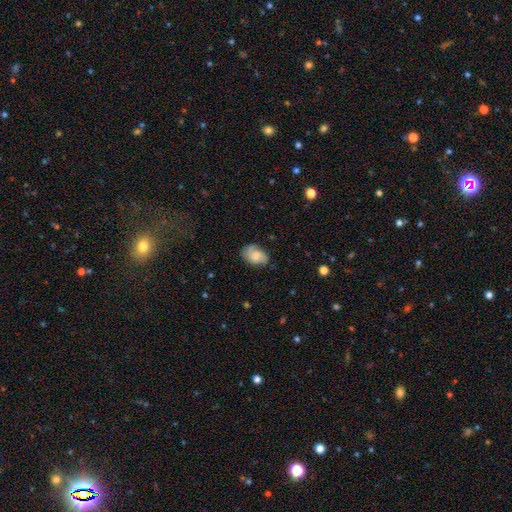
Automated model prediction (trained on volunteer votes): This is likely a smooth galaxy (60%). How rounded: clearly in between (84%). Merging: likely none (63%).